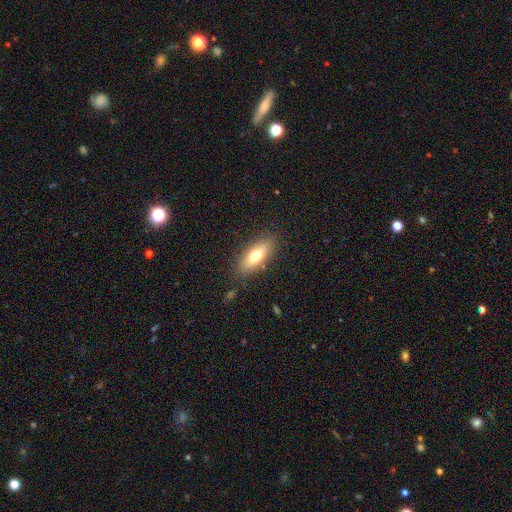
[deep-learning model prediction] smooth-or-featured: smooth: 71% | featured or disk: 22% | star or artifact: 7%
  how-rounded: in between: 71% | cigar-shaped: 26% | round: 3%
  merging: none: 84% | minor disturbance: 11% | major disturbance: 3% | merger: 2%